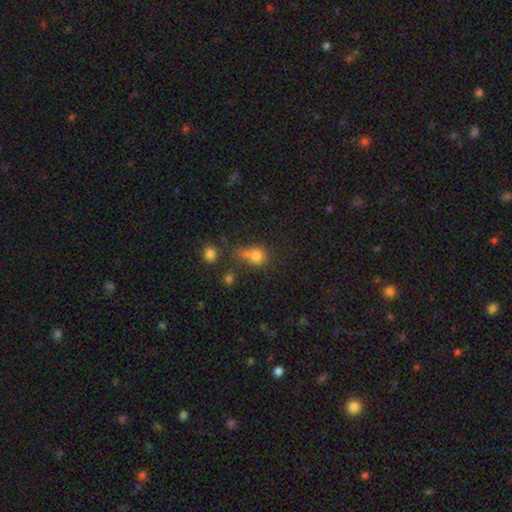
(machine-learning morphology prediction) A smooth galaxy with no disk features (76%) that is round (75%).

Vote fractions:
- Smooth or featured? smooth: 76% / star or artifact: 15% / featured or disk: 9%
- How rounded? round: 75% / in between: 23% / cigar-shaped: 1%
- Merging? none: 41% / merger: 30% / minor disturbance: 17% / major disturbance: 11%